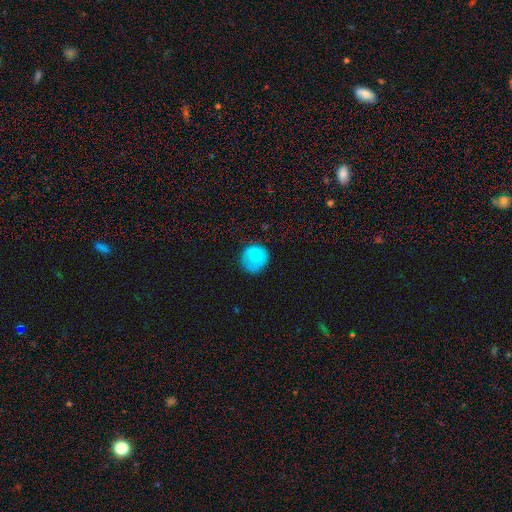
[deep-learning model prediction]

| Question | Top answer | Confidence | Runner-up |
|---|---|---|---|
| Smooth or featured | smooth | 79% | featured or disk (14%) |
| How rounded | round | 87% | in between (12%) |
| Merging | none | 73% | minor disturbance (19%) |